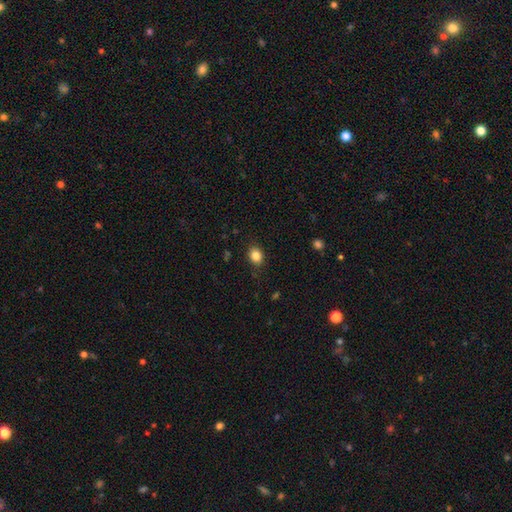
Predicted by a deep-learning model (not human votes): Overall: smooth (85%). How rounded: in between (52%; round 47%). Merging: none (87%).